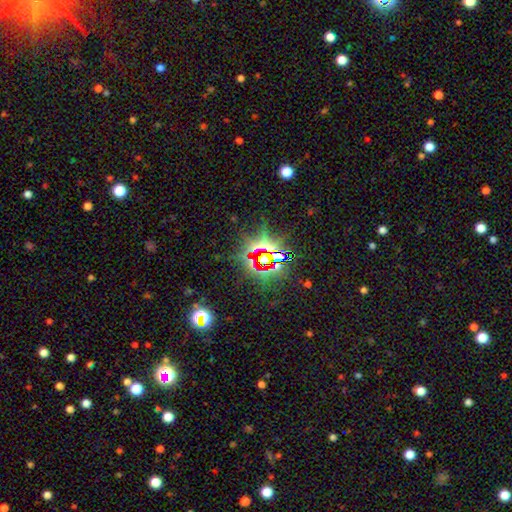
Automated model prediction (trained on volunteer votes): This is clearly a star or artifact rather than a galaxy (82%).